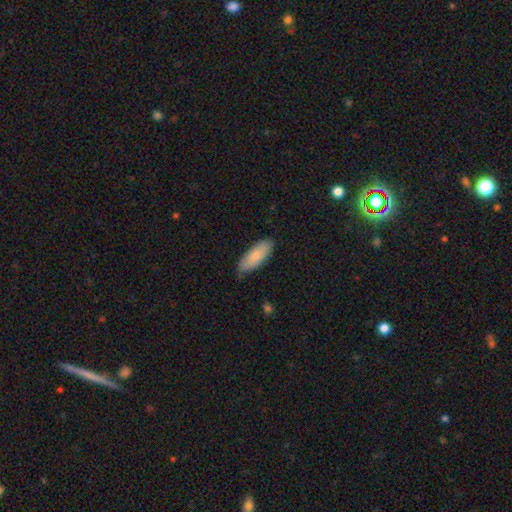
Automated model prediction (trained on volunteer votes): This appears to be a smooth galaxy with no disk features (77%) that is in between round and cigar-shaped (76%). Merging: none (74%).